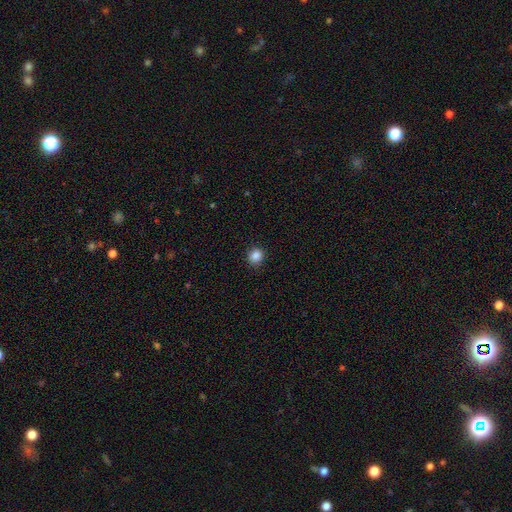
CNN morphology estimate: smooth-or-featured: smooth: 87% | star or artifact: 10% | featured or disk: 3%
  how-rounded: round: 89% | in between: 10% | cigar-shaped: 1%
  merging: none: 91% | minor disturbance: 6% | major disturbance: 2% | merger: 1%